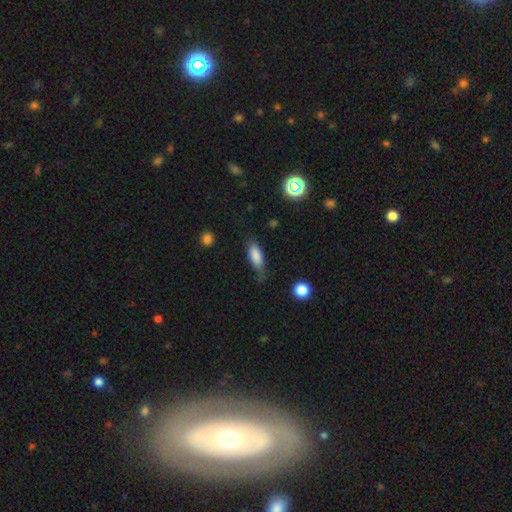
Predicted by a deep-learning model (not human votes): Overall: smooth (83%). How rounded: in between (72%). Merging: none (60%; minor disturbance 29%).